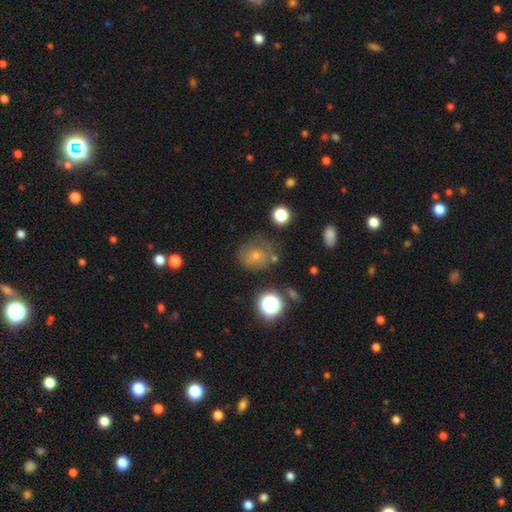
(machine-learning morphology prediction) A smooth galaxy with no disk features (48%).

Vote fractions:
- Smooth or featured? smooth: 48% / featured or disk: 26% / star or artifact: 25%
- Merging? none: 65% / minor disturbance: 20% / major disturbance: 10% / merger: 5%